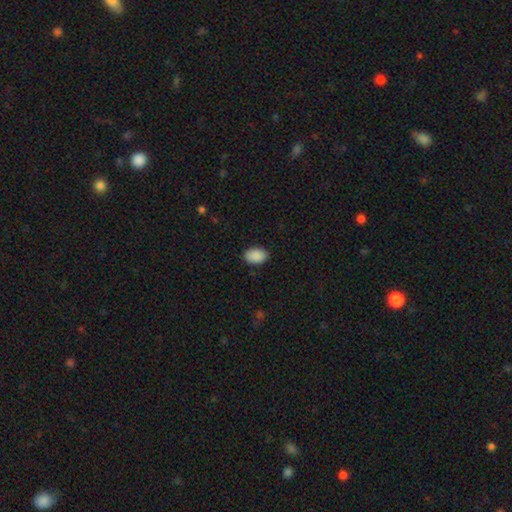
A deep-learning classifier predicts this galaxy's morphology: A smooth galaxy with no disk features (90%) that is in between round and cigar-shaped (88%).

Vote fractions:
- Smooth or featured? smooth: 90% / star or artifact: 7% / featured or disk: 3%
- How rounded? in between: 88% / round: 11% / cigar-shaped: 1%
- Merging? none: 88% / minor disturbance: 9% / major disturbance: 2% / merger: 1%